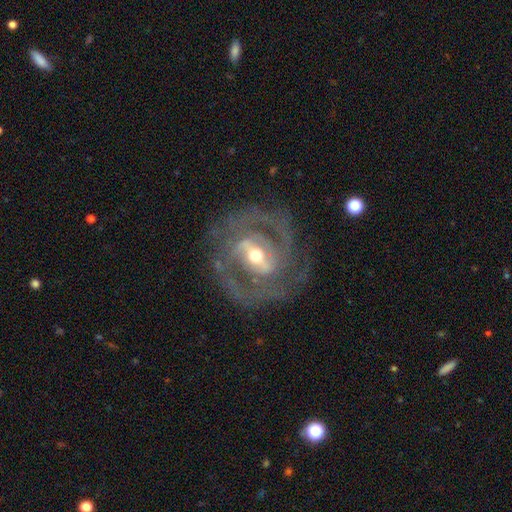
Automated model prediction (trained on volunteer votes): Smooth or featured?
  - featured or disk: 88% *
  - smooth: 7%
  - star or artifact: 5%
Edge-on disk?
  - no: 96% *
  - yes: 4%
Bar?
  - strong: 53% *
  - weak: 33%
  - no: 14%
Spiral arms?
  - yes: 90% *
  - no: 10%
Spiral winding?
  - medium: 48% *
  - tight: 37%
  - loose: 15%
Spiral arm count?
  - 2: 73% *
  - can't tell: 11%
  - 3: 8%
  - 1: 3%
  - 4: 3%
  - more than 4: 2%
Bulge size?
  - moderate: 63% *
  - small: 27%
  - large: 7%
  - dominant: 1%
  - none: 1%
Merging?
  - none: 72% *
  - minor disturbance: 15%
  - major disturbance: 12%
  - merger: 2%